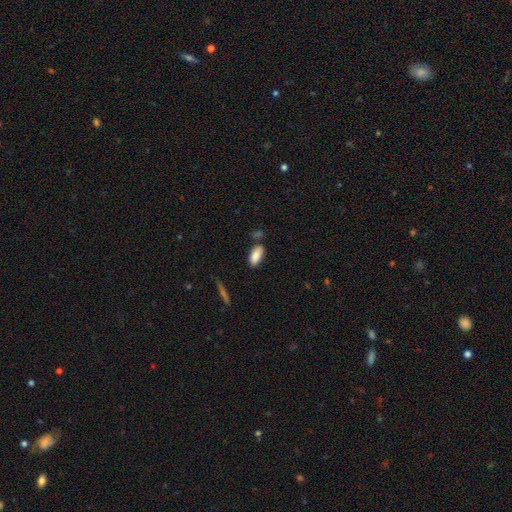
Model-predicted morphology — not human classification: This appears to be a smooth galaxy with no disk features (87%) that is in between round and cigar-shaped (89%). Merging: none (78%).